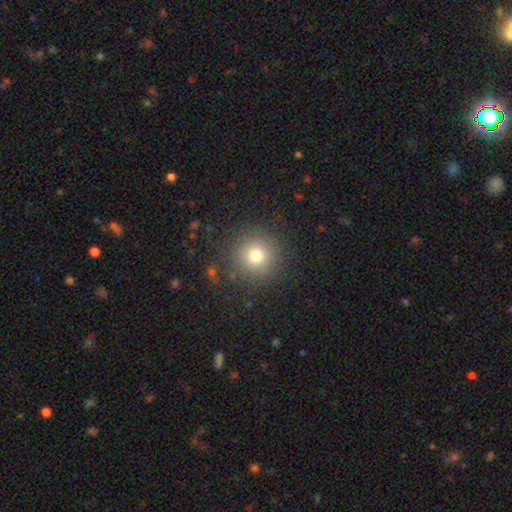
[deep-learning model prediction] Smooth or featured? Predicted: smooth (p=0.75). How rounded? Predicted: round (p=0.95). Merging? Predicted: none (p=0.87).